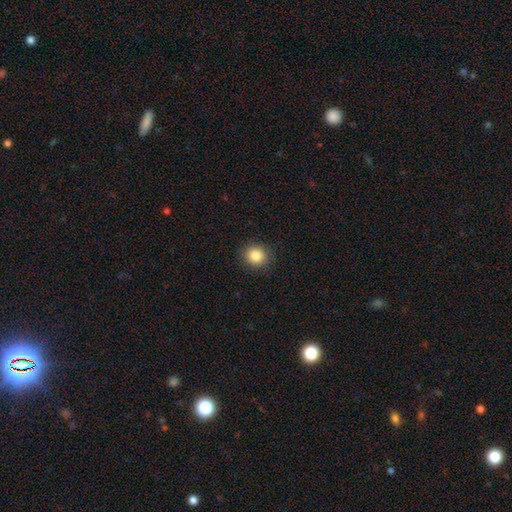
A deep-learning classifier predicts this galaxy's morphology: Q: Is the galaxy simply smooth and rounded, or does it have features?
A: smooth — 85%.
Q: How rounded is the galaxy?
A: round — 84%.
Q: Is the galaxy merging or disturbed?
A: none — 90%.